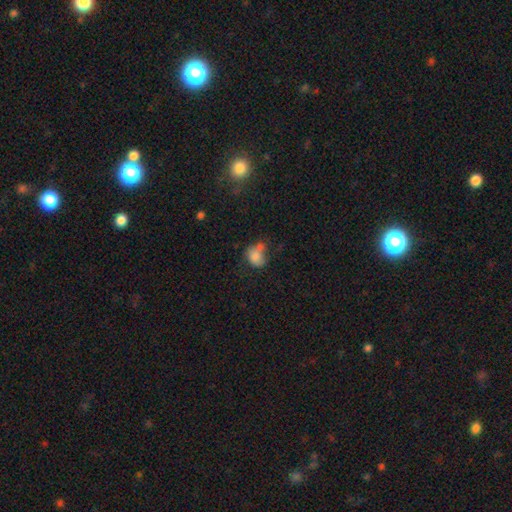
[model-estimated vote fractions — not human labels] Smooth or featured? smooth (76%)
How rounded? in between (59%)
Merging? none (32%)